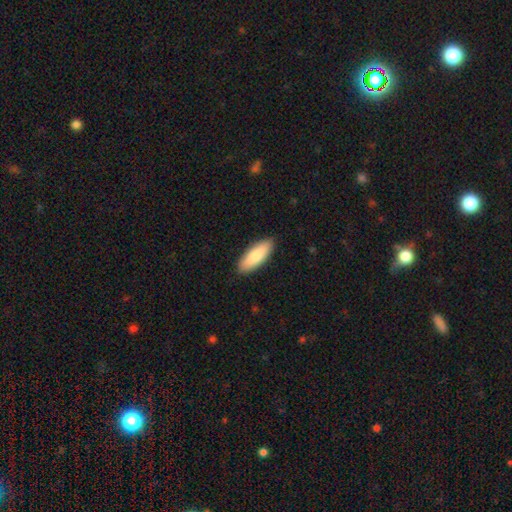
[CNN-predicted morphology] Smooth or featured? Predicted: smooth (p=0.84). How rounded? Predicted: in between (p=0.68). Merging? Predicted: none (p=0.89).